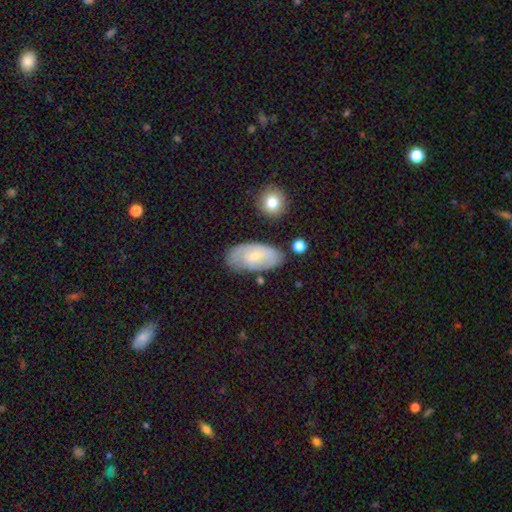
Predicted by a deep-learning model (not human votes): Smooth or featured: smooth — 47% (featured or disk — 46%)
Merging: none — 66% (minor disturbance — 23%)